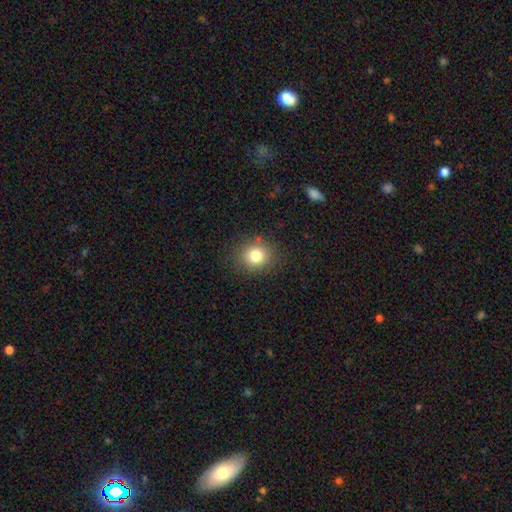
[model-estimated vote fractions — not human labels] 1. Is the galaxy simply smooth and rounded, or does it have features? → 80% smooth, 13% star or artifact, 8% featured or disk.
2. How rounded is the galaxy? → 79% round, 20% in between, 1% cigar-shaped.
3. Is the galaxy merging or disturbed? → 87% none, 9% minor disturbance, 3% major disturbance, 1% merger.